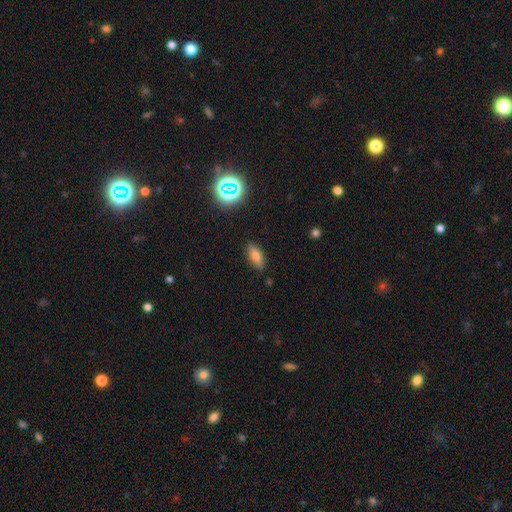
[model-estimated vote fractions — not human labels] A smooth galaxy with no disk features (65%) that is in between round and cigar-shaped (75%). Merging: none (85%).